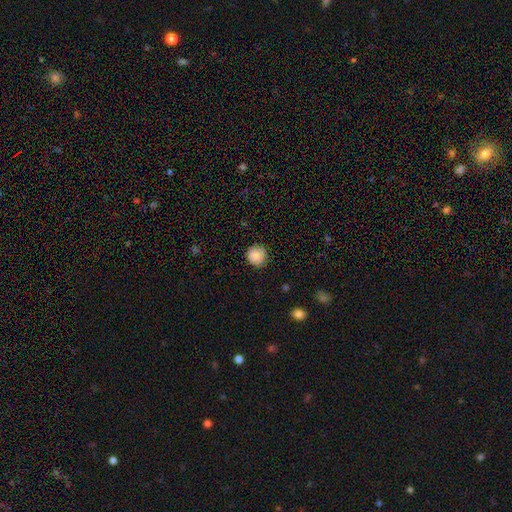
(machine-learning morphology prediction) A smooth galaxy with no disk features (88%) that is round (92%). Merging: none (86%).